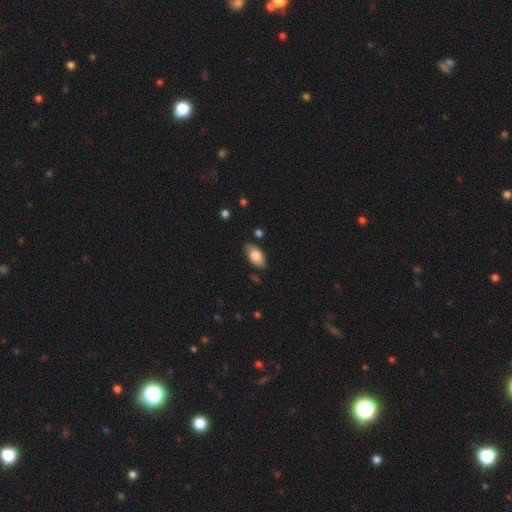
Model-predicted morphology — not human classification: Smooth or featured? Predicted: smooth (p=0.81). How rounded? Predicted: in between (p=0.93). Merging? Predicted: none (p=0.78).